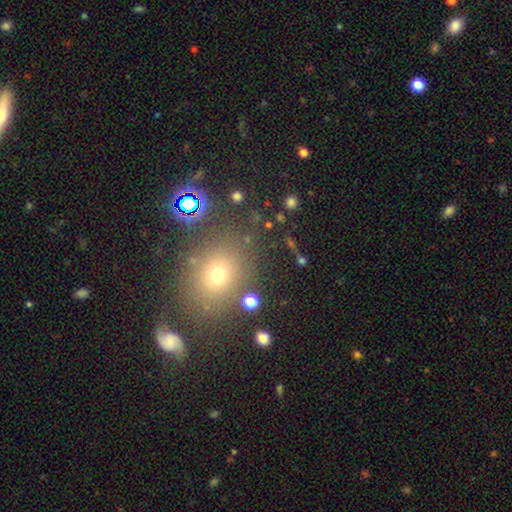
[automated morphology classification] The model was most divided on "how rounded": round: 57%, in between: 41%, cigar-shaped: 2%. More confident: merging — none (77%); smooth or featured — smooth (58%).